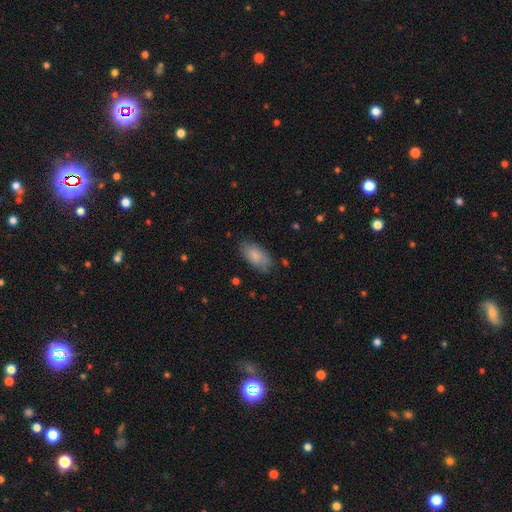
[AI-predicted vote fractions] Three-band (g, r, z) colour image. It shows a smooth galaxy with no disk features (84%) that is in between round and cigar-shaped (92%). Merging: none (77%).